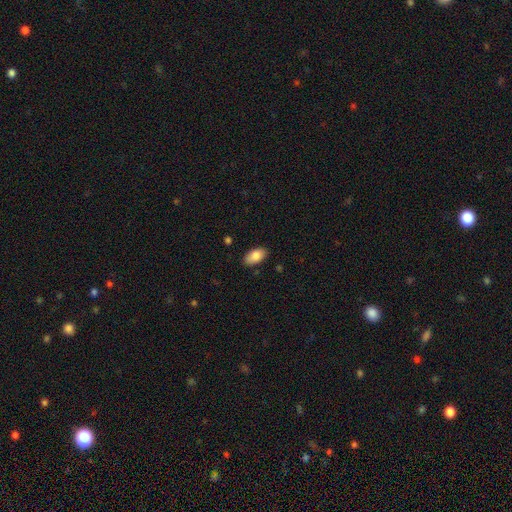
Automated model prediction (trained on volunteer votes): This is clearly a smooth galaxy (84%). How rounded: clearly in between (94%). Merging: clearly none (86%).